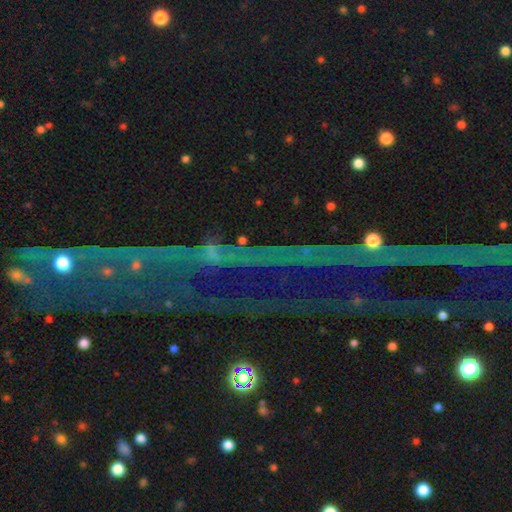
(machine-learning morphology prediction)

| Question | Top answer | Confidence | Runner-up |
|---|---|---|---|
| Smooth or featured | star or artifact | 73% | featured or disk (17%) |